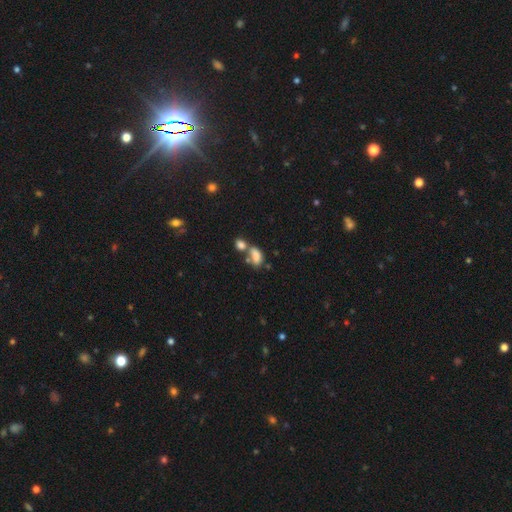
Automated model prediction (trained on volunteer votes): Smooth or featured: smooth — 80% (featured or disk — 10%)
How rounded: in between — 87% (round — 9%)
Merging: merger — 52% (none — 30%)